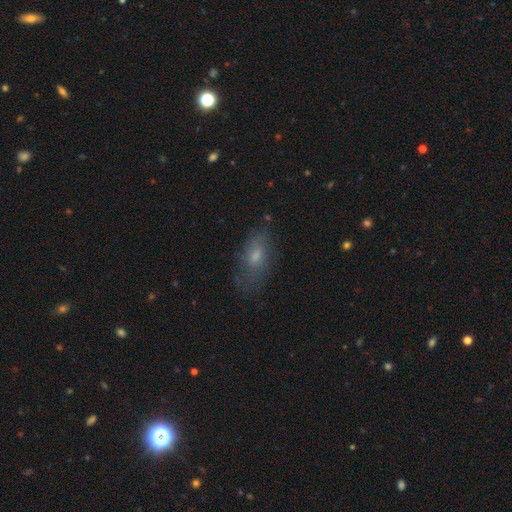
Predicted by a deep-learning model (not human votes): A smooth galaxy with no disk features (57%) that is in between round and cigar-shaped (83%).

Vote fractions:
- Smooth or featured? smooth: 57% / featured or disk: 30% / star or artifact: 13%
- How rounded? in between: 83% / cigar-shaped: 9% / round: 8%
- Merging? none: 68% / minor disturbance: 21% / major disturbance: 10% / merger: 2%